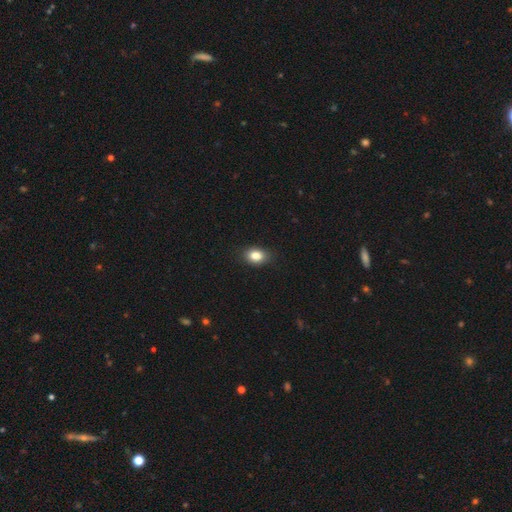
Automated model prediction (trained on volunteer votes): smooth 84%, star or artifact 9%, featured or disk 6%. Down the decision tree: how rounded — in between (72%); merging — none (86%).